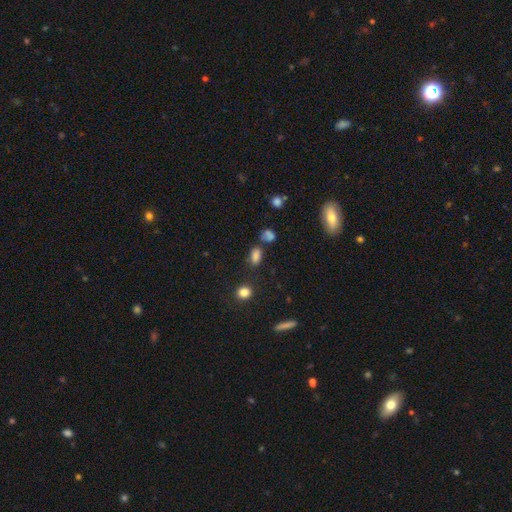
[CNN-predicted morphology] This is likely a smooth galaxy (78%). How rounded: clearly in between (80%). Merging: likely none (64%).